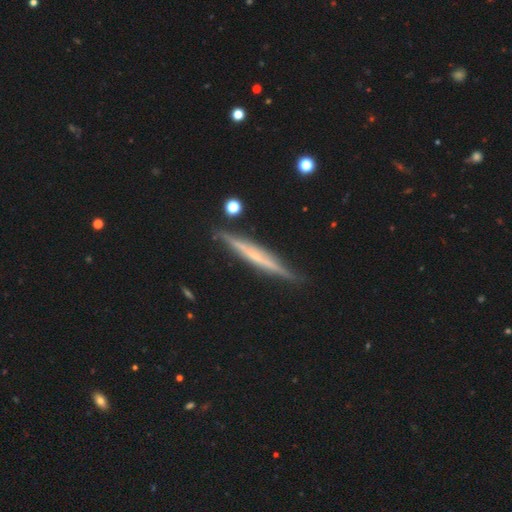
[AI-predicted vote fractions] A featured or disk galaxy (70%) viewed edge-on (97%) with no central bulge (61%). Merging: none (87%).